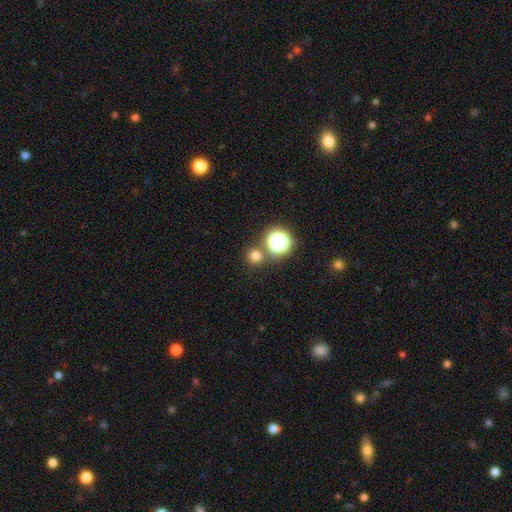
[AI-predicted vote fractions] Morphology: type=smooth (72%); roundness=round (92%); merging=none (78%).